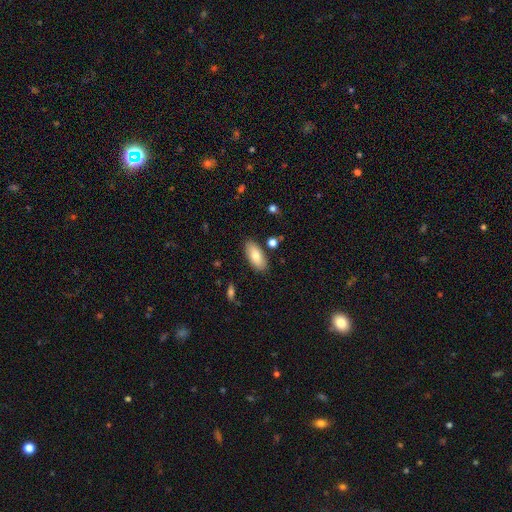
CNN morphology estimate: smooth-or-featured: smooth: 79% | featured or disk: 15% | star or artifact: 6%
  how-rounded: in between: 89% | cigar-shaped: 9% | round: 2%
  merging: none: 85% | minor disturbance: 10% | merger: 3% | major disturbance: 2%